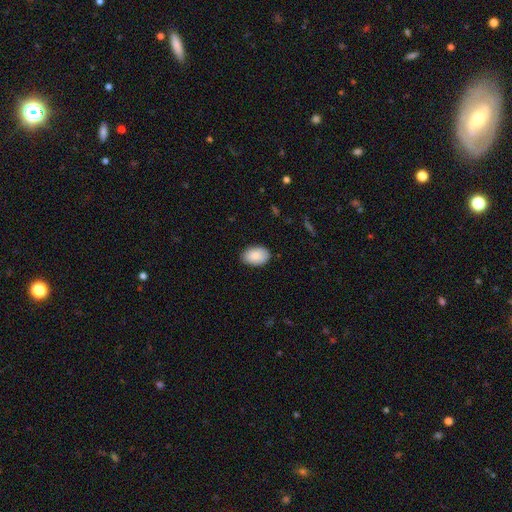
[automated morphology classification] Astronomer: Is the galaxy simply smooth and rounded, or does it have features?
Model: smooth — 89%.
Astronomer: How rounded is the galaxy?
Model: in between — 89%.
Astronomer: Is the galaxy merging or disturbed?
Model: none — 84%.